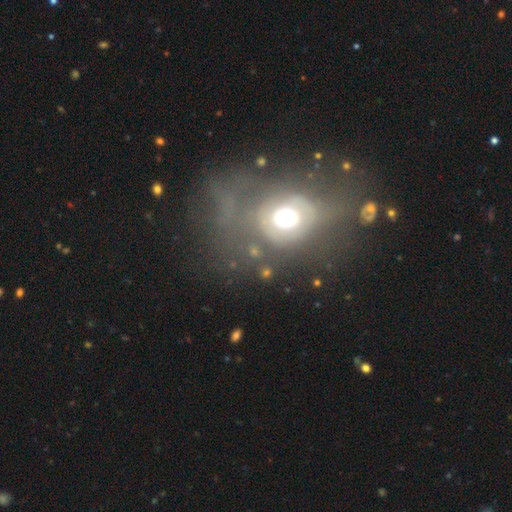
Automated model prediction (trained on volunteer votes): Morphology: type=featured or disk (46%); merging=none (47%).